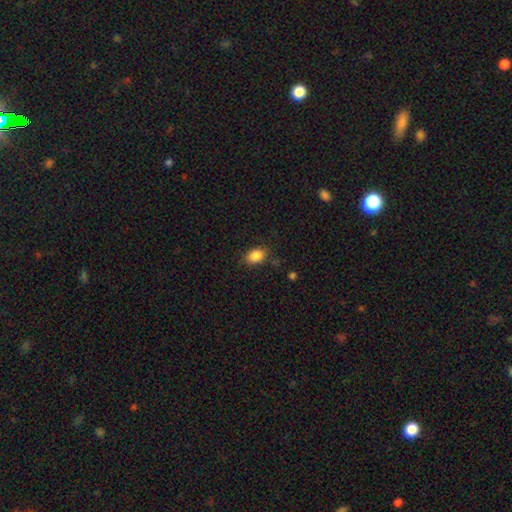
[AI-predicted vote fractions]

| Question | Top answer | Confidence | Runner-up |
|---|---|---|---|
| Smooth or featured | smooth | 86% | star or artifact (9%) |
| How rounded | in between | 79% | round (20%) |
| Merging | none | 80% | minor disturbance (14%) |